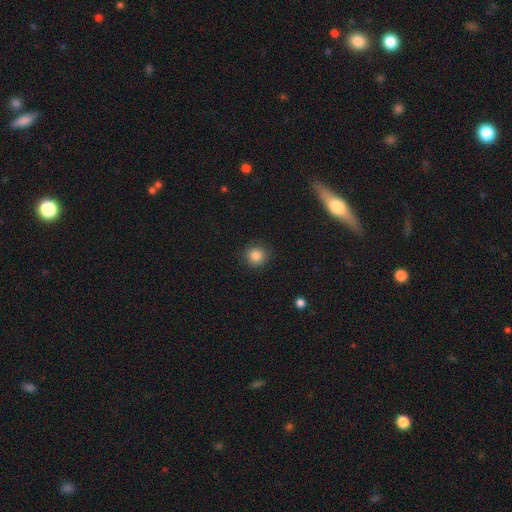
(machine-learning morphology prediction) Q: Smooth or featured?
A: smooth (85%); runner-up: star or artifact (11%)
Q: How rounded?
A: round (93%); runner-up: in between (6%)
Q: Merging?
A: none (89%); runner-up: minor disturbance (7%)